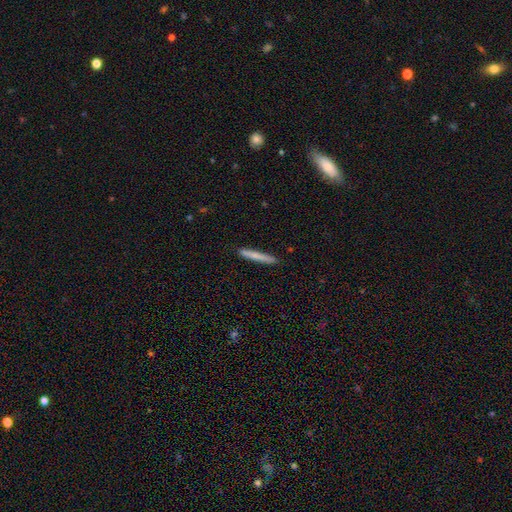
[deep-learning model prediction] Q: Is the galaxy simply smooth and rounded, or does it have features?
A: smooth — 72%.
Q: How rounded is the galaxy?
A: cigar-shaped — 96%.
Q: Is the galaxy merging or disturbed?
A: none — 89%.